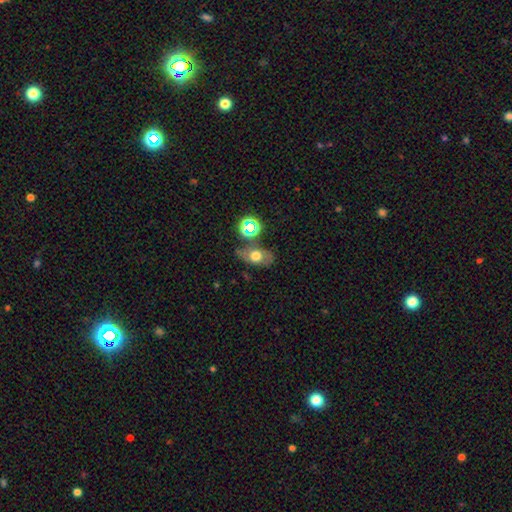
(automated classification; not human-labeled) Morphology: type=smooth (56%); roundness=in between (75%); merging=none (63%).